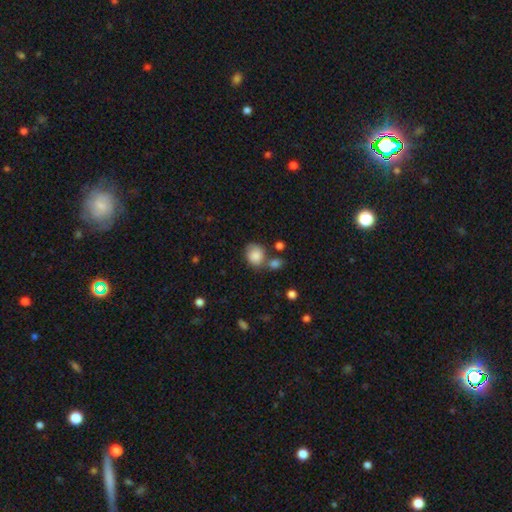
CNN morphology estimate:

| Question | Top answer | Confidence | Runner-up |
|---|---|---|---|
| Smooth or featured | smooth | 81% | featured or disk (11%) |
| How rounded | round | 61% | in between (38%) |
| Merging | none | 50% | minor disturbance (22%) |